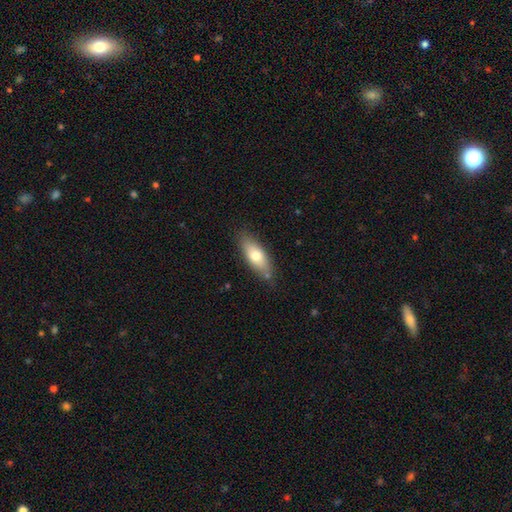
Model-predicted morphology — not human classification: Smooth or featured: smooth — 72% (featured or disk — 22%)
How rounded: in between — 70% (cigar-shaped — 28%)
Merging: none — 79% (minor disturbance — 15%)